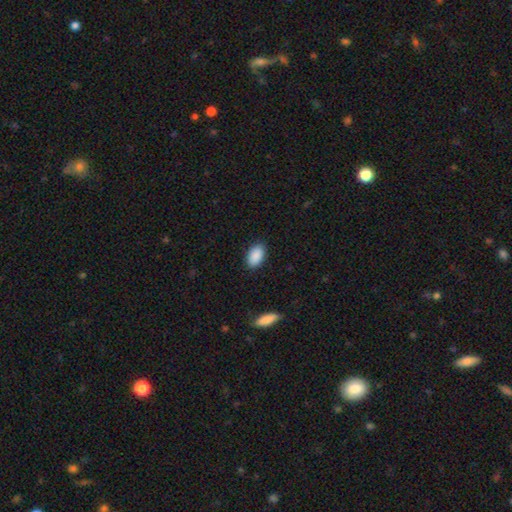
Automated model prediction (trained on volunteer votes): This appears to be a smooth galaxy with no disk features (90%) that is in between round and cigar-shaped (92%). Merging: none (87%).